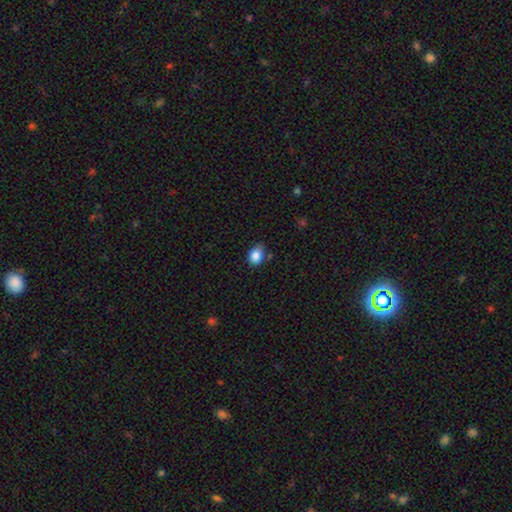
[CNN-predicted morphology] This appears to be a smooth galaxy with no disk features (85%) that is in between round and cigar-shaped (64%). Merging: none (65%).